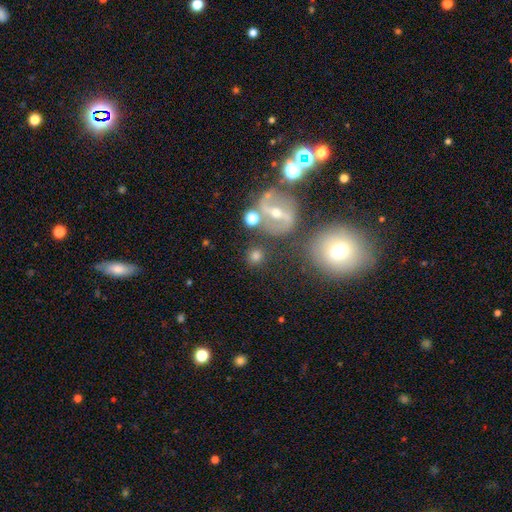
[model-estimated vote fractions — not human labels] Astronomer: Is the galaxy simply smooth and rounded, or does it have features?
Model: smooth — 68%.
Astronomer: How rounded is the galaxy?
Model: round — 89%.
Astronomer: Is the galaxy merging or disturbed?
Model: none — 78%.